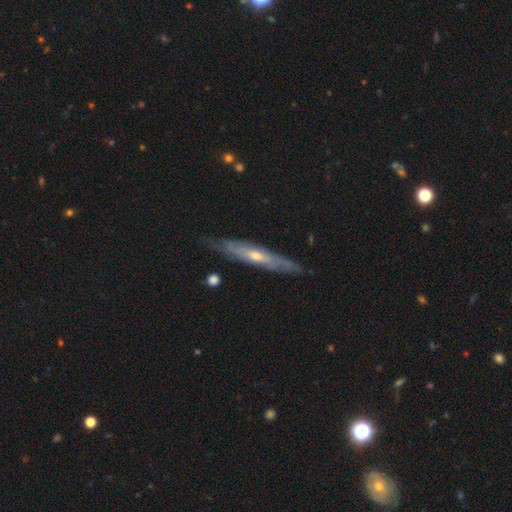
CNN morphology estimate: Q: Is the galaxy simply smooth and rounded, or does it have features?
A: featured or disk — 72%.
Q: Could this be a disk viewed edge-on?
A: yes — 76%.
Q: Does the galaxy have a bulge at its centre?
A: rounded — 71%.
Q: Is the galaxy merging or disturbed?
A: none — 81%.